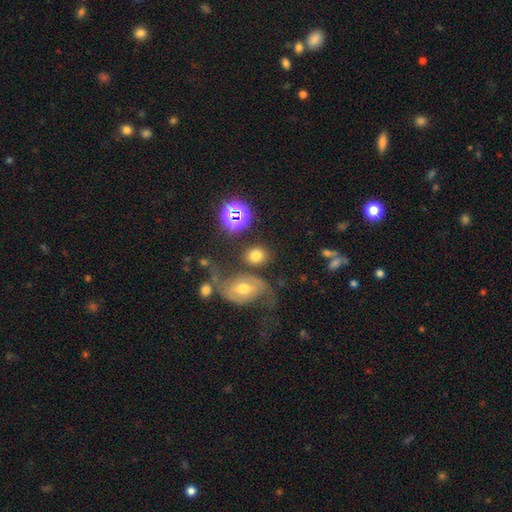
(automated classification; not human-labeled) This appears to be a smooth galaxy with no disk features (69%) that is round (53%). Merging: none (65%).